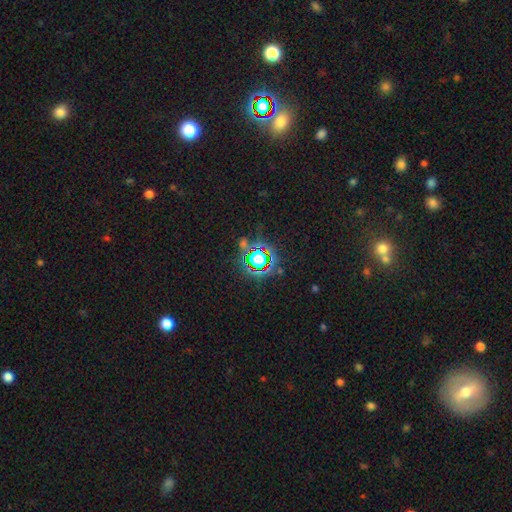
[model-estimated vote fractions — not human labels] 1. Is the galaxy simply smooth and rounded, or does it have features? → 80% star or artifact, 13% smooth, 7% featured or disk.